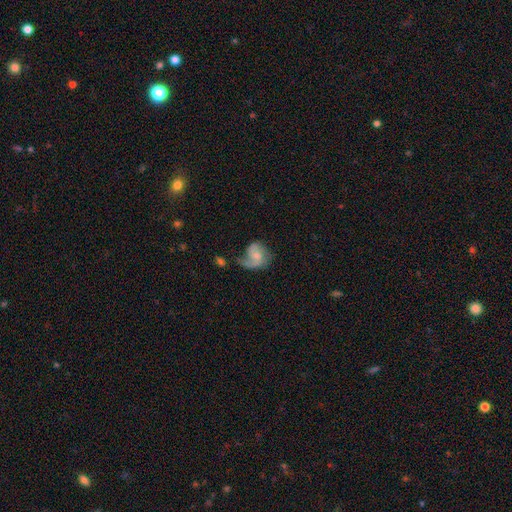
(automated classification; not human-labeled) This is likely a featured or disk galaxy (64%). It is clearly not viewed edge-on (98%). Bar: likely no (67%). Spiral arm pattern: clearly yes (87%). Spiral arm count: possibly 2 (50%). Spiral winding: marginally loose (42%). Central bulge: marginally moderate (41%). Merging: marginally none (37%).